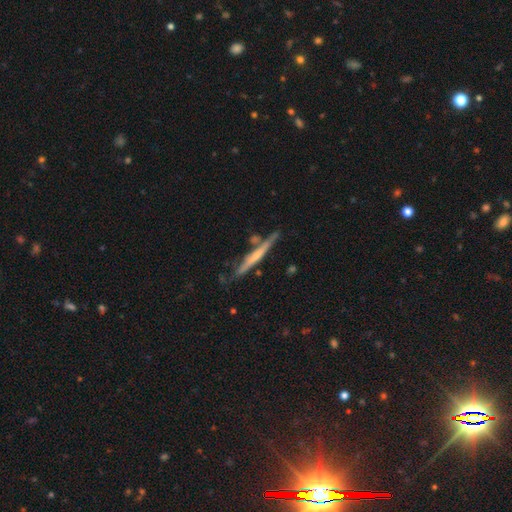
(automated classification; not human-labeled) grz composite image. It shows a featured or disk galaxy (58%) viewed edge-on (96%) with no central bulge (54%). Merging: none (75%).